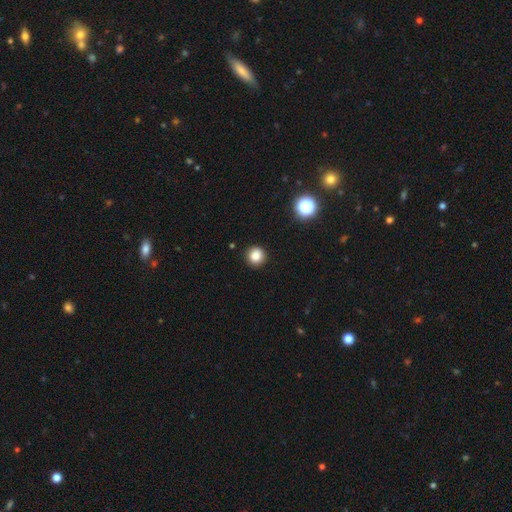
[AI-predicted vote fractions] Morphology: type=smooth (84%); roundness=round (94%); merging=none (91%).